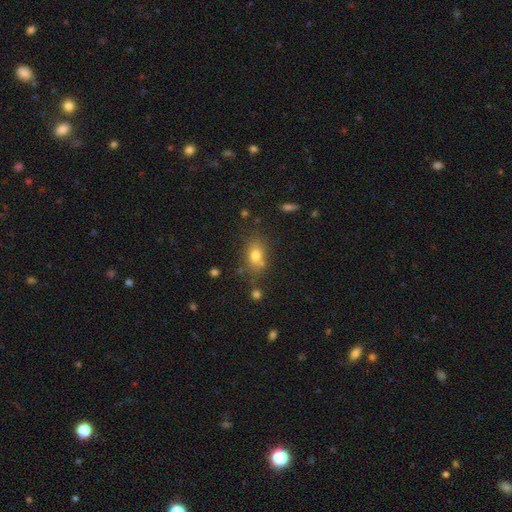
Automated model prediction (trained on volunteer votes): smooth 75%, star or artifact 13%, featured or disk 12%. Down the decision tree: how rounded — in between (70%); merging — none (67%).